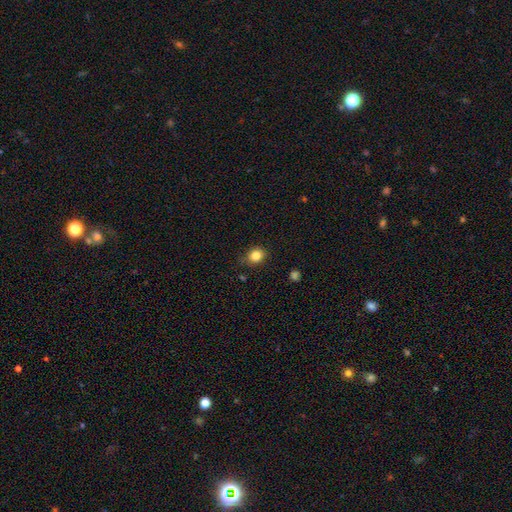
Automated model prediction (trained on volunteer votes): Overall: smooth (83%). How rounded: round (70%). Merging: none (80%).